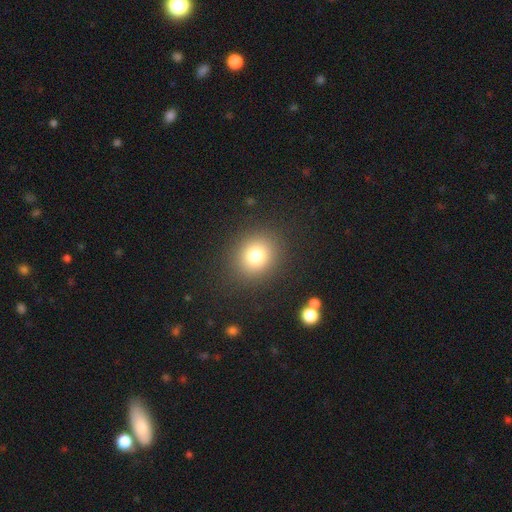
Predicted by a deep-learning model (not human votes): smooth-or-featured: smooth: 77% | star or artifact: 14% | featured or disk: 9%
  how-rounded: round: 81% | in between: 18% | cigar-shaped: 1%
  merging: none: 89% | minor disturbance: 7% | major disturbance: 3% | merger: 1%